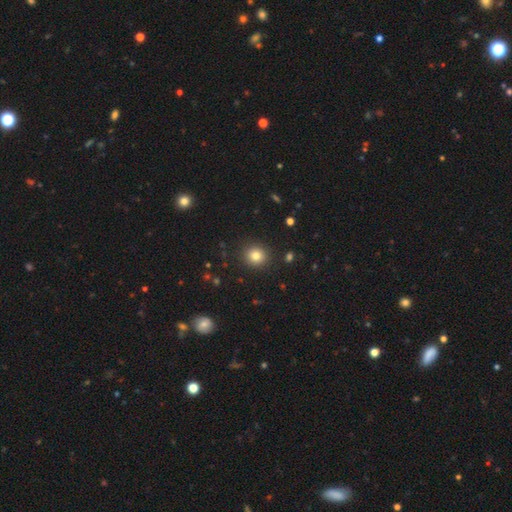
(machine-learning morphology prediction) Q: Smooth or featured?
A: smooth (81%); runner-up: star or artifact (12%)
Q: How rounded?
A: round (87%); runner-up: in between (12%)
Q: Merging?
A: none (91%); runner-up: minor disturbance (6%)